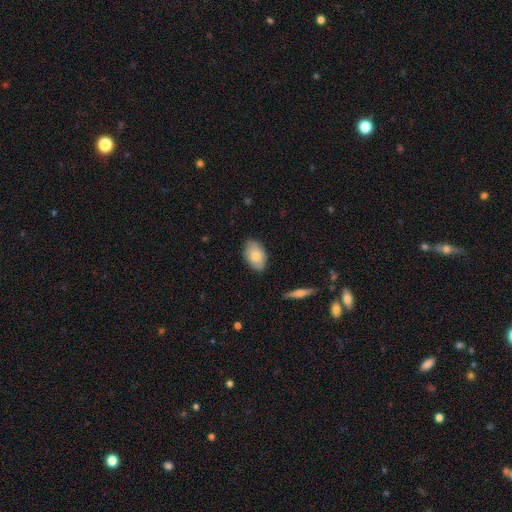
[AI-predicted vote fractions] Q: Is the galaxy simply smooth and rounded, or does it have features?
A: smooth — 80%.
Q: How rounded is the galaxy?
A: in between — 91%.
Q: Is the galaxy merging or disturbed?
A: none — 82%.